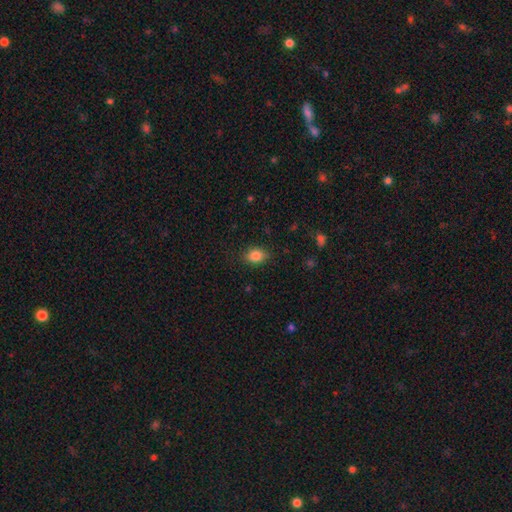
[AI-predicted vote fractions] A smooth galaxy with no disk features (85%) that is in between round and cigar-shaped (66%).

Vote fractions:
- Smooth or featured? smooth: 85% / star or artifact: 9% / featured or disk: 6%
- How rounded? in between: 66% / round: 32% / cigar-shaped: 1%
- Merging? none: 85% / minor disturbance: 11% / major disturbance: 3% / merger: 1%